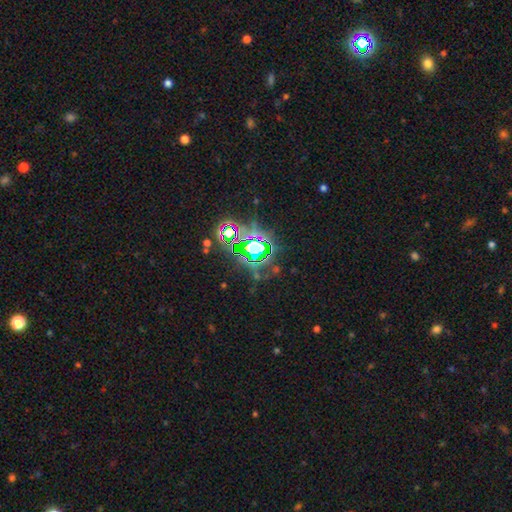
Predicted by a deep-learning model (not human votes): A star or artifact, not a galaxy (80%).